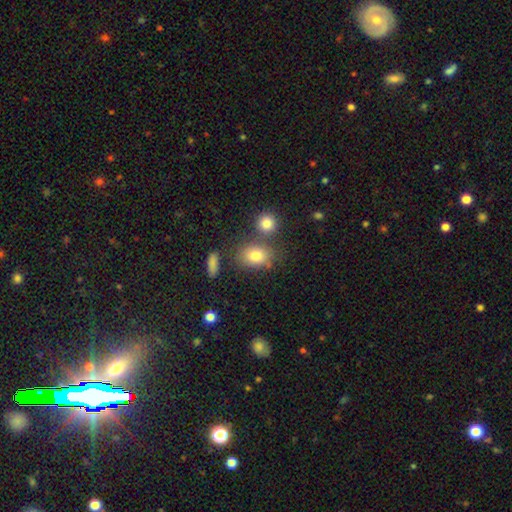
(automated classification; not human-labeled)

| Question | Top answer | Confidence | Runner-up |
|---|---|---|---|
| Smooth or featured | smooth | 78% | featured or disk (11%) |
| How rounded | in between | 62% | round (36%) |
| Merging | none | 63% | merger (18%) |